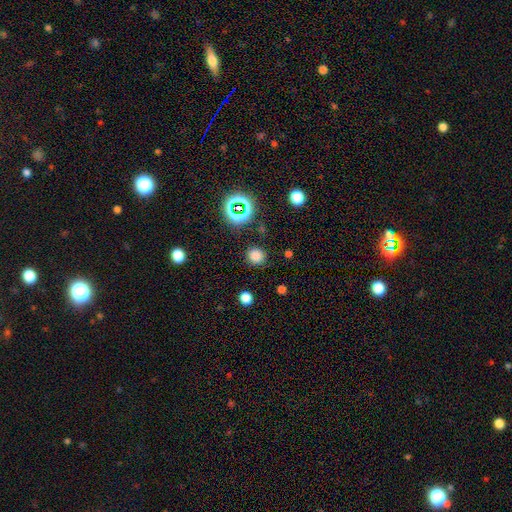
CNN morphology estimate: smooth 75%, star or artifact 20%, featured or disk 5%. Down the decision tree: how rounded — round (90%); merging — none (87%).